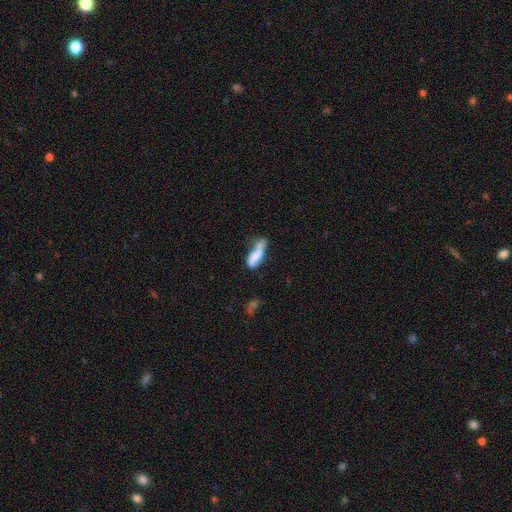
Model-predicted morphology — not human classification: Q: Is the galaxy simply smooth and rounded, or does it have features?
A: smooth — 56%.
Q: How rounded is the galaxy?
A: in between — 58%.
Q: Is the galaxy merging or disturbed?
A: merger — 32%.